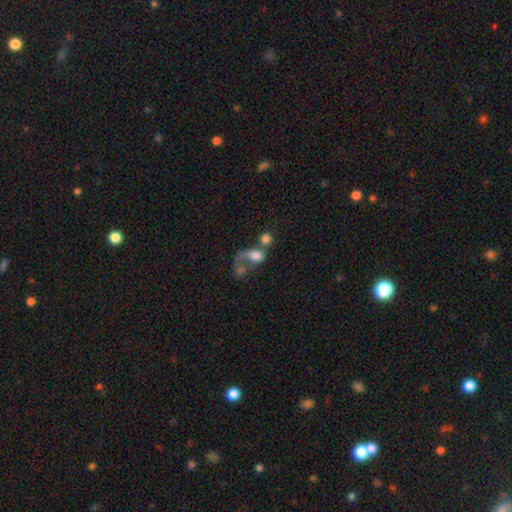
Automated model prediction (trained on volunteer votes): A smooth galaxy with no disk features (60%) that is in between round and cigar-shaped (53%).

Vote fractions:
- Smooth or featured? smooth: 60% / featured or disk: 30% / star or artifact: 10%
- How rounded? in between: 53% / round: 44% / cigar-shaped: 2%
- Merging? merger: 57% / major disturbance: 23% / none: 12% / minor disturbance: 7%